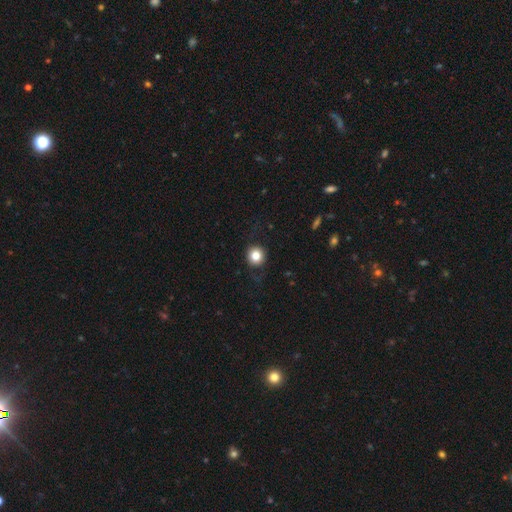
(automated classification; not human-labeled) Overall: smooth (82%). How rounded: round (89%). Merging: none (83%).